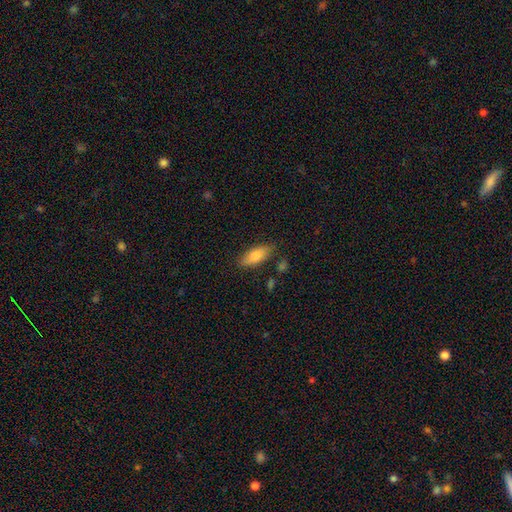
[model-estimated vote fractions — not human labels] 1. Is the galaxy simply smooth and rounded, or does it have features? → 84% smooth, 10% featured or disk, 7% star or artifact.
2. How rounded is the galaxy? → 78% in between, 19% cigar-shaped, 2% round.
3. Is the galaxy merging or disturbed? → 77% none, 16% minor disturbance, 4% major disturbance, 3% merger.